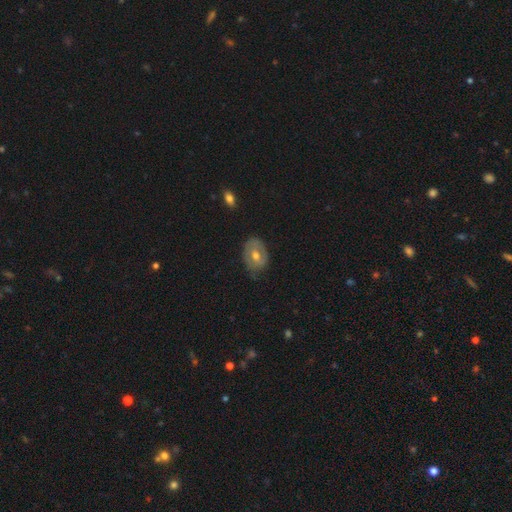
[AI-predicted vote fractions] Smooth or featured?
  - featured or disk: 52% *
  - smooth: 40%
  - star or artifact: 8%
Edge-on disk?
  - no: 94% *
  - yes: 6%
Merging?
  - none: 66% *
  - minor disturbance: 26%
  - major disturbance: 7%
  - merger: 1%